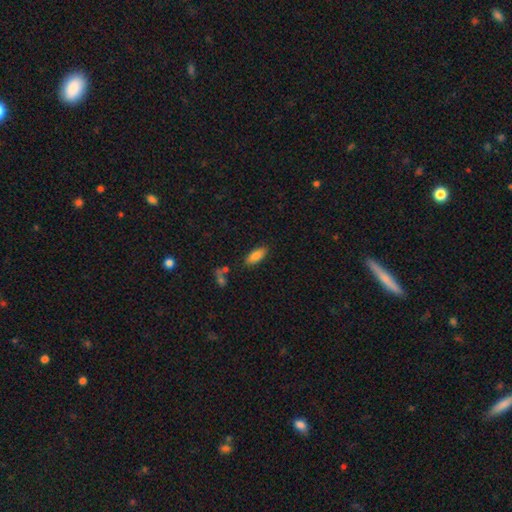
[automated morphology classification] Smooth or featured: smooth — 84% (featured or disk — 9%)
How rounded: in between — 82% (cigar-shaped — 16%)
Merging: none — 83% (minor disturbance — 11%)